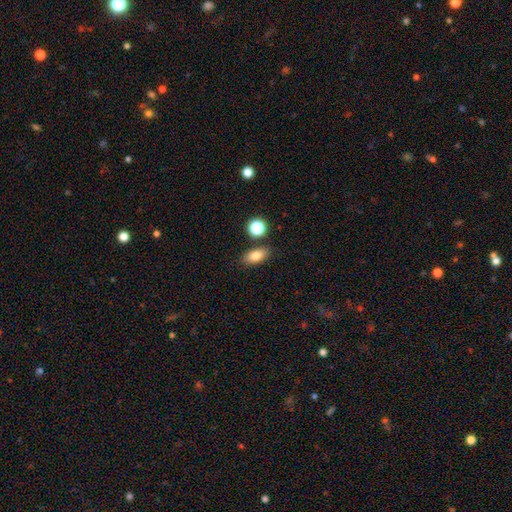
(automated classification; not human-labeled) Smooth or featured? Predicted: smooth (p=0.79). How rounded? Predicted: in between (p=0.83). Merging? Predicted: none (p=0.82).